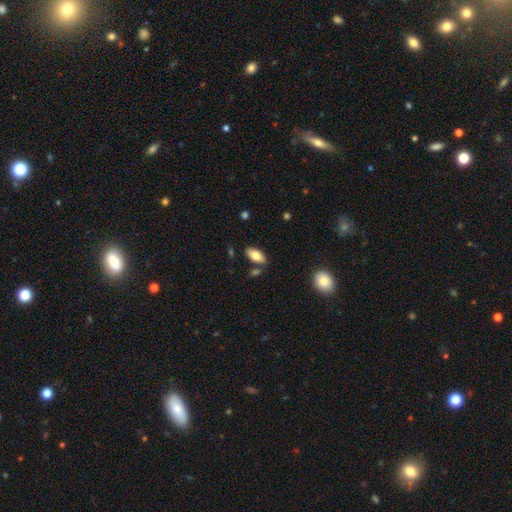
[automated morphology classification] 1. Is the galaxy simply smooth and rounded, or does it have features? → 77% smooth, 17% featured or disk, 7% star or artifact.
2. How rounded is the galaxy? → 92% in between, 6% cigar-shaped, 3% round.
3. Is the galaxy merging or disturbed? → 80% none, 12% minor disturbance, 6% merger, 3% major disturbance.